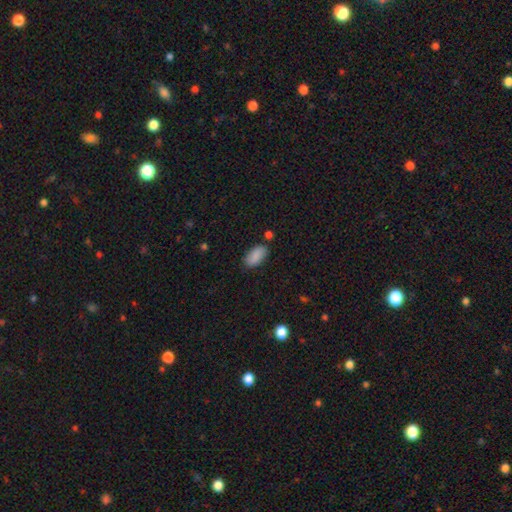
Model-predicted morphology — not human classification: A smooth galaxy with no disk features (85%) that is in between round and cigar-shaped (93%). Merging: none (80%).